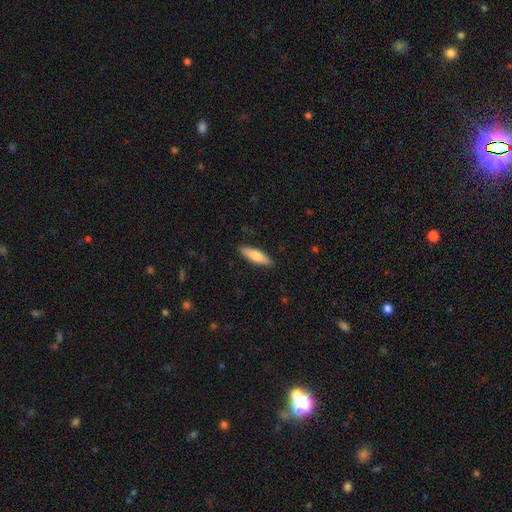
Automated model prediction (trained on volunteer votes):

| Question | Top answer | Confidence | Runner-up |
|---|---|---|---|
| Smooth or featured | smooth | 76% | featured or disk (19%) |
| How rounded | cigar-shaped | 54% | in between (44%) |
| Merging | none | 89% | minor disturbance (9%) |